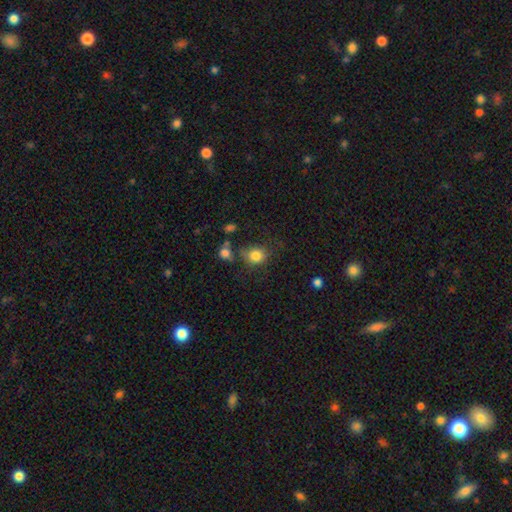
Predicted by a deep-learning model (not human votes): Q: Smooth or featured?
A: smooth (83%); runner-up: star or artifact (10%)
Q: How rounded?
A: round (69%); runner-up: in between (30%)
Q: Merging?
A: none (63%); runner-up: minor disturbance (19%)